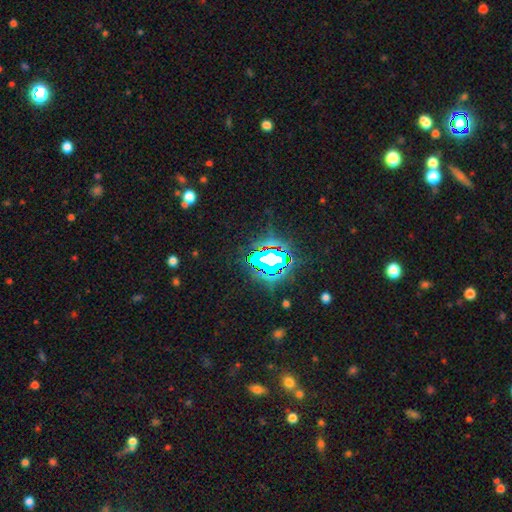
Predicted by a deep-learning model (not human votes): Overall: star or artifact (82%).